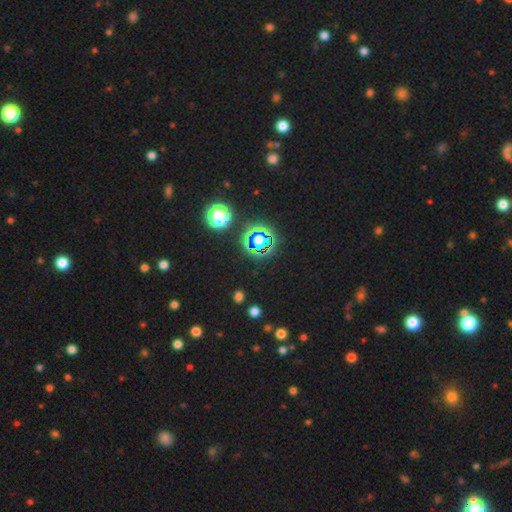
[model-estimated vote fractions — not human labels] This is likely a star or artifact rather than a galaxy (78%).